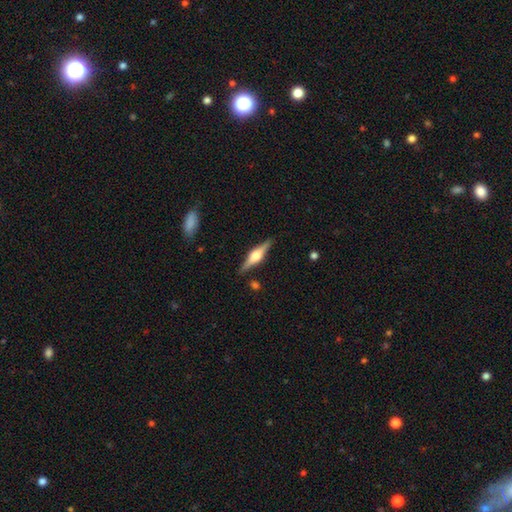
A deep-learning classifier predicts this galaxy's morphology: Smooth or featured? Predicted: featured or disk (p=0.76). Edge-on disk? Predicted: yes (p=0.98). Edge-on bulge? Predicted: rounded (p=0.90). Merging? Predicted: none (p=0.88).